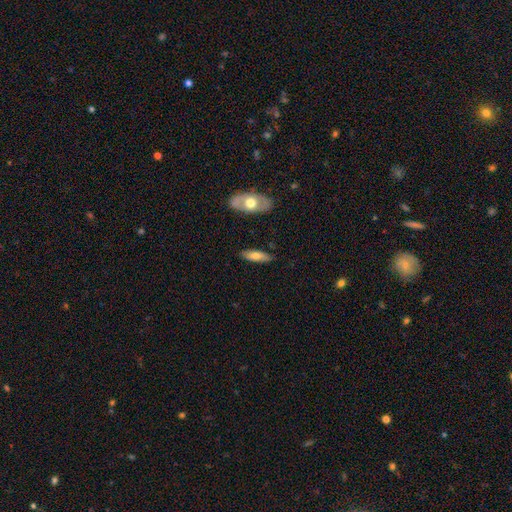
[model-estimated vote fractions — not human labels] smooth 60%, featured or disk 33%, star or artifact 6%. Down the decision tree: how rounded — in between (51%); merging — none (84%).